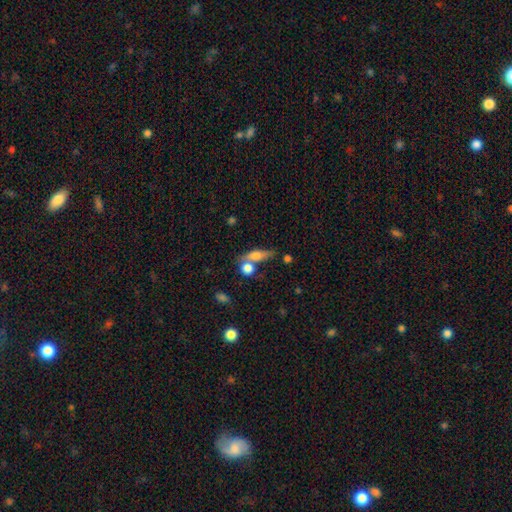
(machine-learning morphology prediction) Smooth or featured? Predicted: smooth (p=0.59). How rounded? Predicted: cigar-shaped (p=0.43). Merging? Predicted: none (p=0.54).